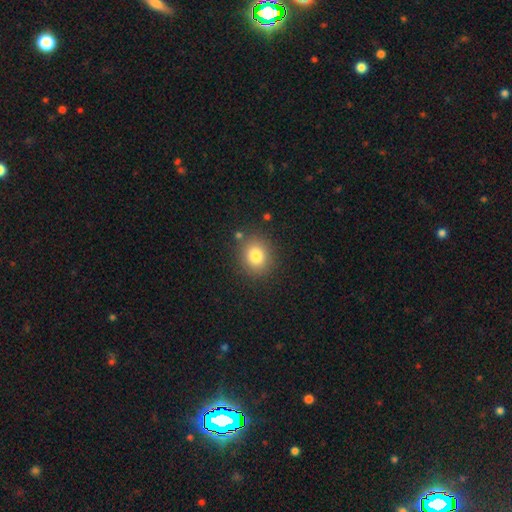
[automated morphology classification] smooth_or_featured: smooth (p=0.81) [alt: star or artifact p=0.11]
how_rounded: round (p=0.76) [alt: in between p=0.24]
merging: none (p=0.85) [alt: minor disturbance p=0.09]